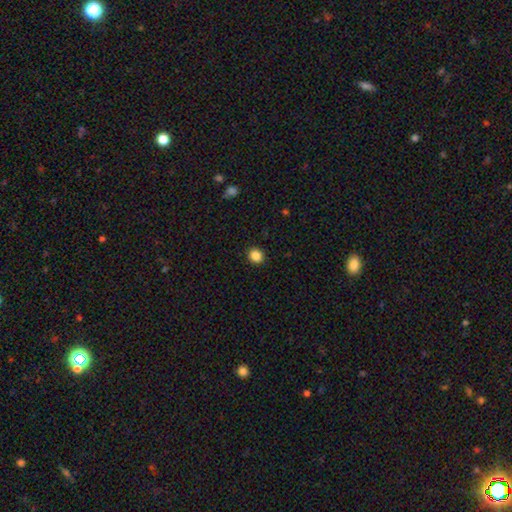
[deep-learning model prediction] Smooth or featured?
  - smooth: 86% *
  - star or artifact: 10%
  - featured or disk: 3%
How rounded?
  - round: 83% *
  - in between: 16%
  - cigar-shaped: 1%
Merging?
  - none: 92% *
  - minor disturbance: 5%
  - major disturbance: 2%
  - merger: 1%